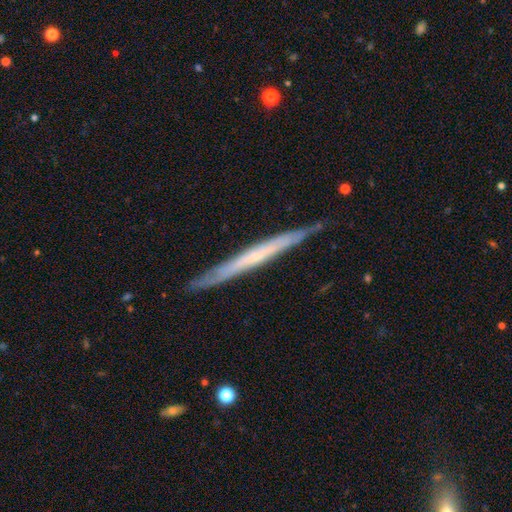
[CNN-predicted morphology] The model was most divided on "smooth or featured": featured or disk: 65%, smooth: 30%, star or artifact: 5%. More confident: edge-on disk — yes (93%); merging — none (83%); edge-on bulge — none (74%).